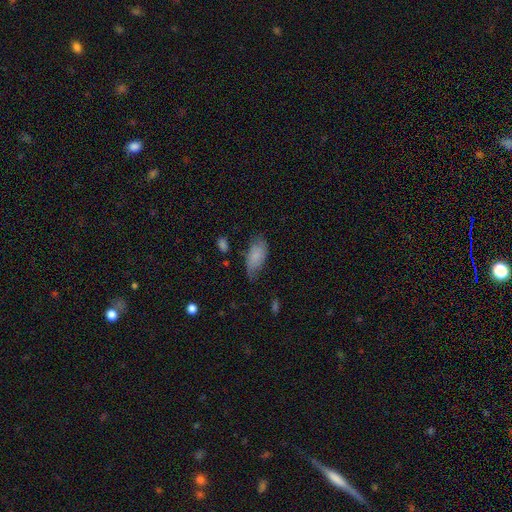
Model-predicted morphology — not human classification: Smooth or featured? Predicted: smooth (p=0.77). How rounded? Predicted: in between (p=0.92). Merging? Predicted: none (p=0.52).